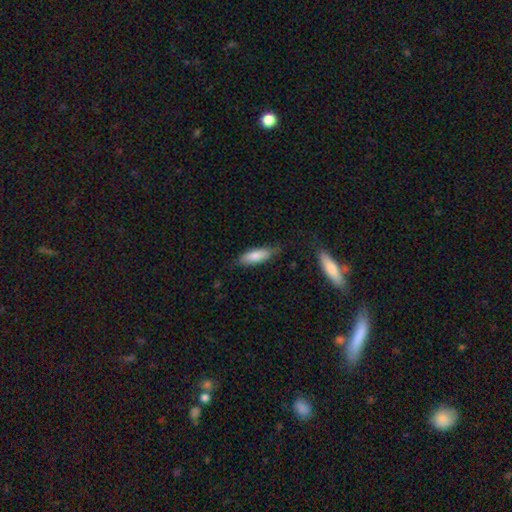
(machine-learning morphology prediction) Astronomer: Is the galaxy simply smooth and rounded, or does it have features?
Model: smooth — 81%.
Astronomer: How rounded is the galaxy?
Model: in between — 59% (runner-up: cigar-shaped, 39%).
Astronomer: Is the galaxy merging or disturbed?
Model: none — 75%.